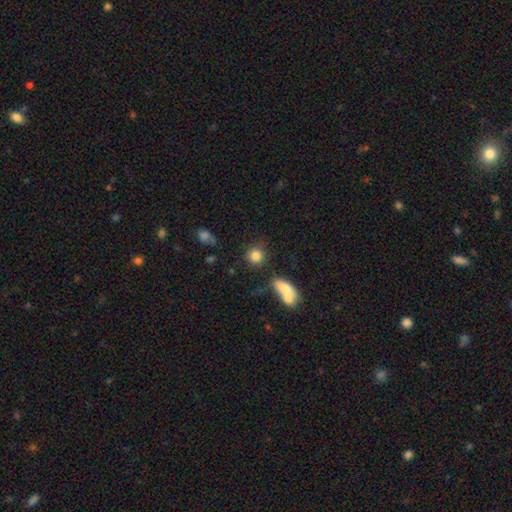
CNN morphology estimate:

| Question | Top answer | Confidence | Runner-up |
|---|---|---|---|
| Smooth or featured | smooth | 84% | star or artifact (10%) |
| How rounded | round | 86% | in between (13%) |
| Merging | none | 76% | minor disturbance (11%) |